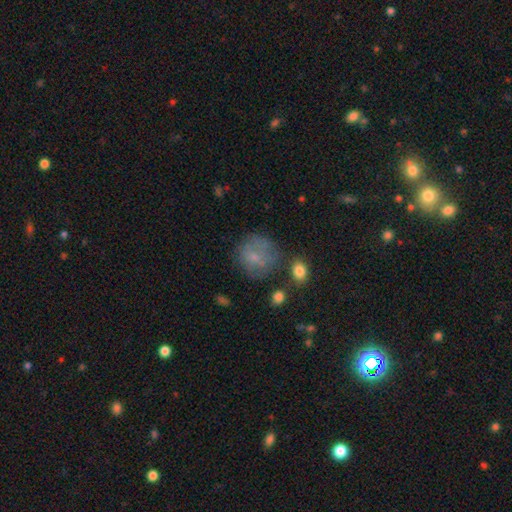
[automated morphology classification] type=smooth (65%); roundness=round (81%); merging=none (58%).